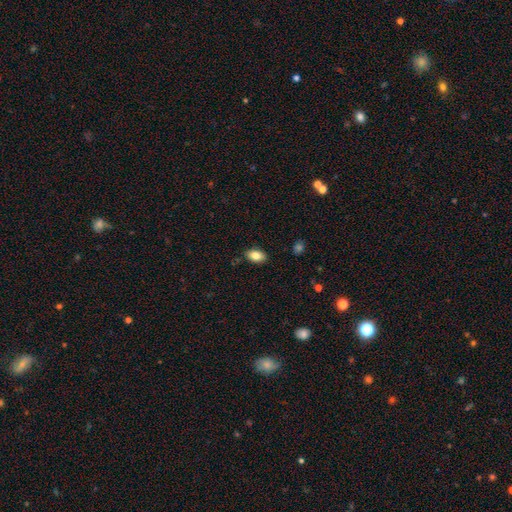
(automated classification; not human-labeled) Smooth or featured? smooth (83%)
How rounded? in between (91%)
Merging? none (87%)